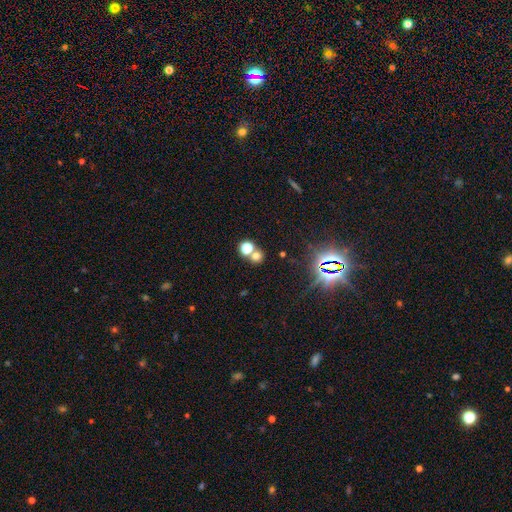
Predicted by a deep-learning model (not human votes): Smooth or featured? smooth (59%)
How rounded? round (82%)
Merging? none (57%)